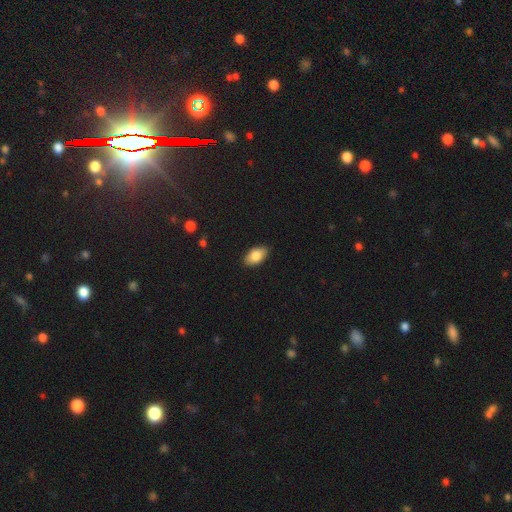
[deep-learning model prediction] Q: Smooth or featured?
A: smooth (85%); runner-up: featured or disk (9%)
Q: How rounded?
A: in between (93%); runner-up: round (4%)
Q: Merging?
A: none (88%); runner-up: minor disturbance (9%)